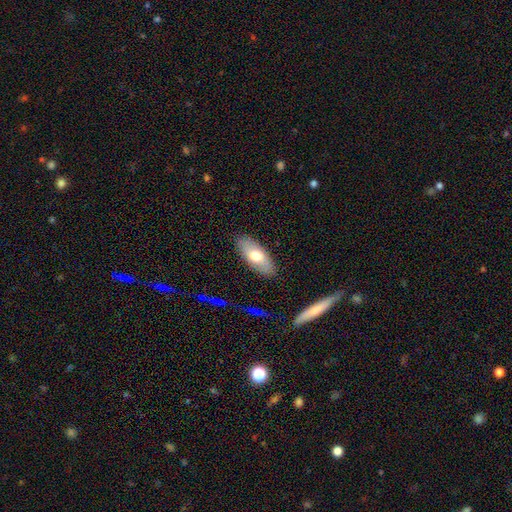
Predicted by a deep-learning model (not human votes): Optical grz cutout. It shows a smooth galaxy with no disk features (68%) that is in between round and cigar-shaped (86%). Merging: none (87%).